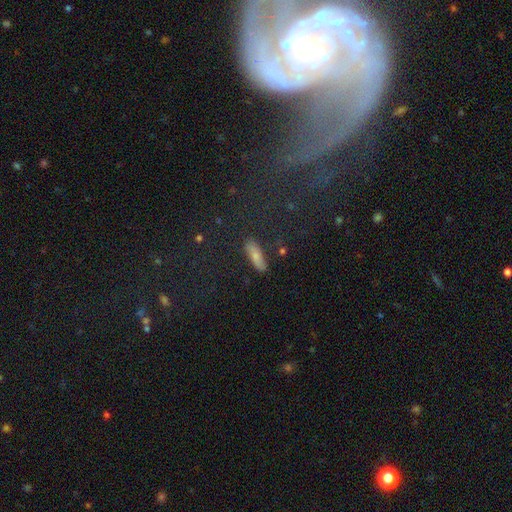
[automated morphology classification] Q: Smooth or featured?
A: smooth (73%); runner-up: featured or disk (16%)
Q: How rounded?
A: cigar-shaped (52%); runner-up: in between (44%)
Q: Merging?
A: none (78%); runner-up: minor disturbance (15%)